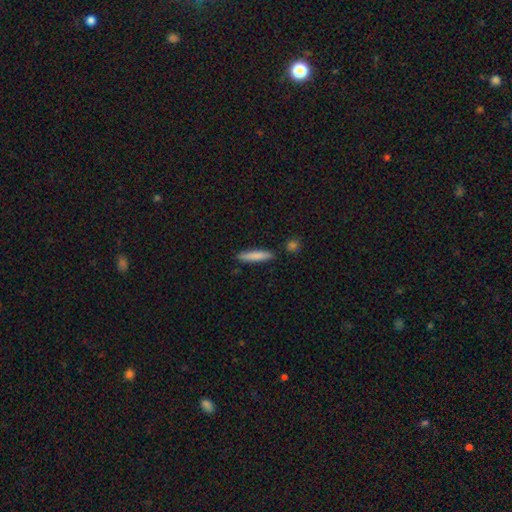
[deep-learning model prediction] Q: Smooth or featured?
A: smooth (81%); runner-up: featured or disk (13%)
Q: How rounded?
A: cigar-shaped (88%); runner-up: in between (10%)
Q: Merging?
A: none (87%); runner-up: minor disturbance (8%)